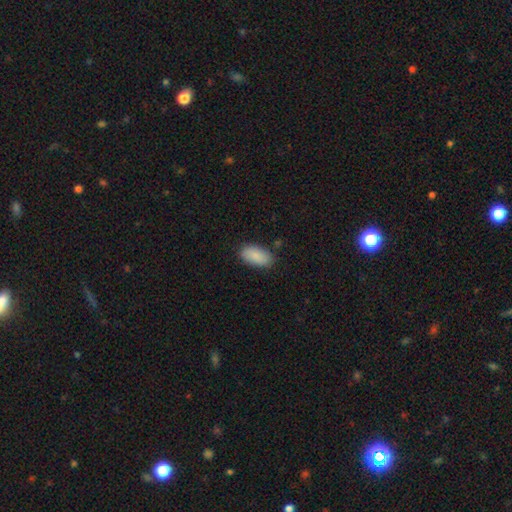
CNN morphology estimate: Smooth or featured? smooth (88%)
How rounded? in between (93%)
Merging? none (82%)